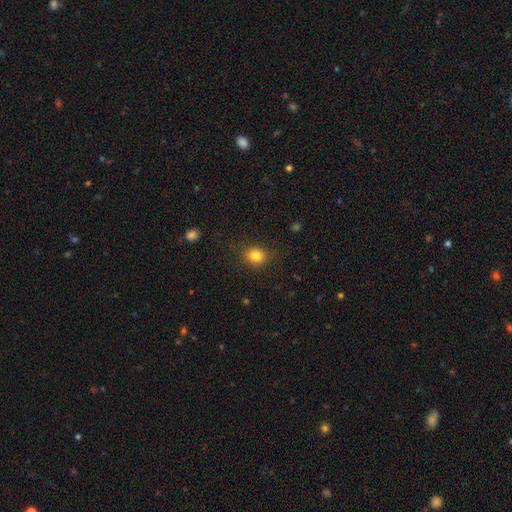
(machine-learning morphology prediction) Smooth or featured: smooth — 83% (star or artifact — 12%)
How rounded: round — 77% (in between — 22%)
Merging: none — 87% (minor disturbance — 9%)